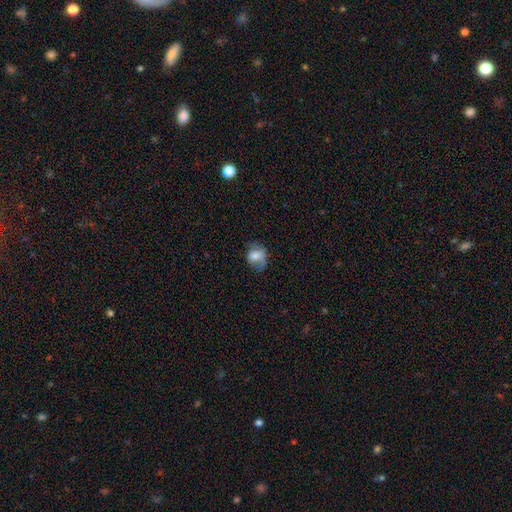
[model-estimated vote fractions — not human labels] Overall: smooth (65%; featured or disk 26%). How rounded: in between (56%; round 43%). Merging: none (52%; minor disturbance 29%).